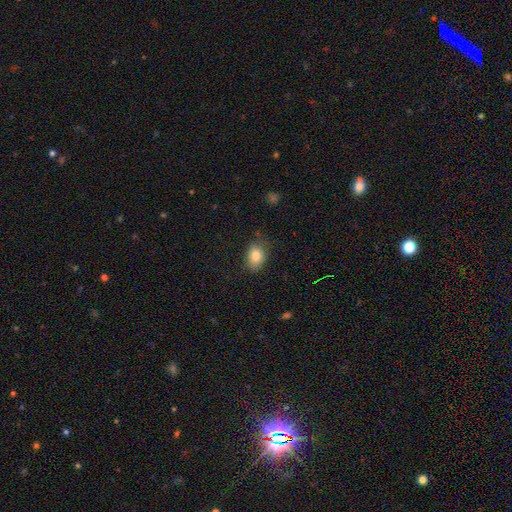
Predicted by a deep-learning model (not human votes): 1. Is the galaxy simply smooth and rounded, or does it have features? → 81% smooth, 9% featured or disk, 9% star or artifact.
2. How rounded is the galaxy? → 74% in between, 25% round, 1% cigar-shaped.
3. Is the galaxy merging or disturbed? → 73% none, 21% minor disturbance, 5% major disturbance, 1% merger.